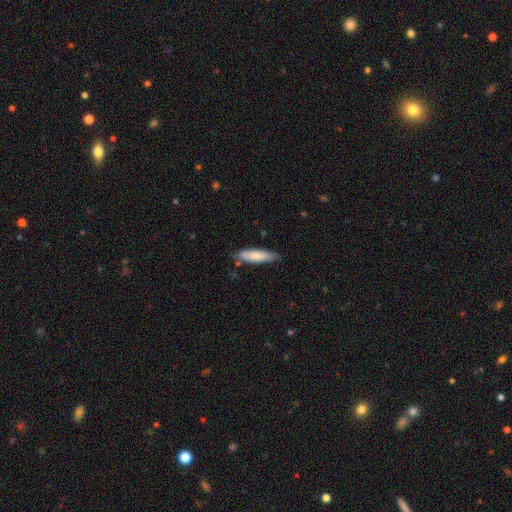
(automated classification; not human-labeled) smooth_or_featured: smooth (p=0.81) [alt: featured or disk p=0.13]
how_rounded: cigar-shaped (p=0.69) [alt: in between p=0.30]
merging: none (p=0.82) [alt: minor disturbance p=0.14]